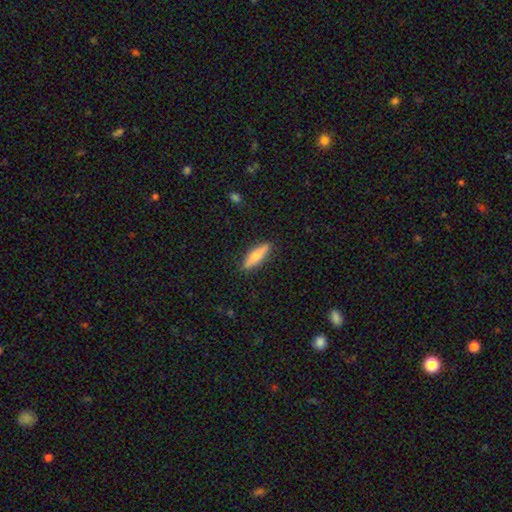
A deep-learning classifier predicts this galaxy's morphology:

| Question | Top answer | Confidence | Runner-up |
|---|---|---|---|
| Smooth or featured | smooth | 55% | featured or disk (38%) |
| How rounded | cigar-shaped | 68% | in between (30%) |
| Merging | none | 88% | minor disturbance (9%) |